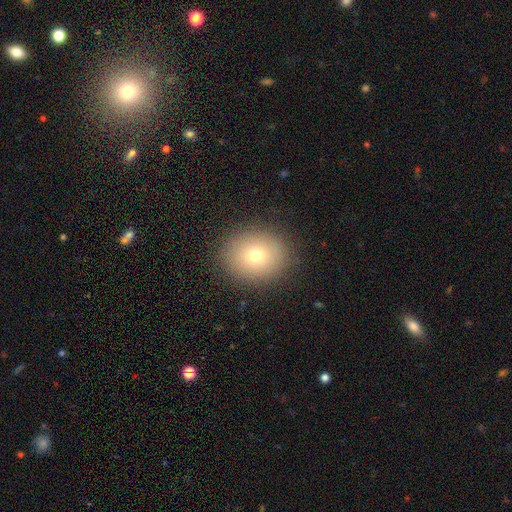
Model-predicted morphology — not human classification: smooth 72%, star or artifact 14%, featured or disk 14%. Down the decision tree: how rounded — round (77%); merging — none (89%).